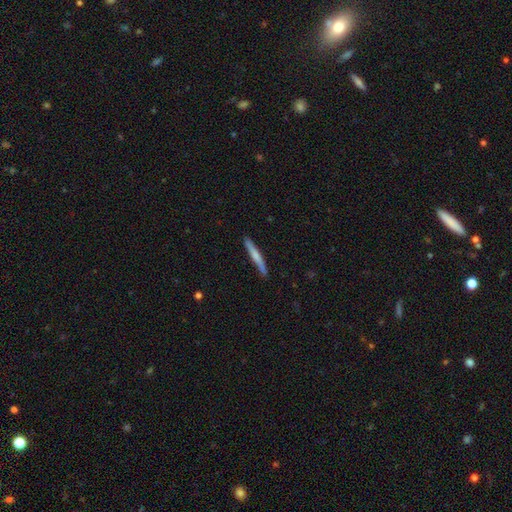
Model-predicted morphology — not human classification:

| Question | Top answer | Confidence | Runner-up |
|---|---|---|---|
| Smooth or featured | smooth | 57% | featured or disk (38%) |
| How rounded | cigar-shaped | 96% | in between (2%) |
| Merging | none | 88% | minor disturbance (9%) |